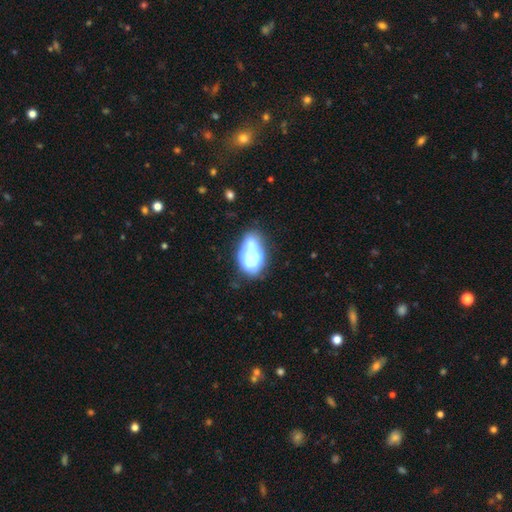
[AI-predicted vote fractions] A smooth galaxy with no disk features (53%) that is in between round and cigar-shaped (86%).

Vote fractions:
- Smooth or featured? smooth: 53% / featured or disk: 36% / star or artifact: 11%
- How rounded? in between: 86% / round: 11% / cigar-shaped: 3%
- Merging? merger: 35% / none: 34% / minor disturbance: 18% / major disturbance: 13%